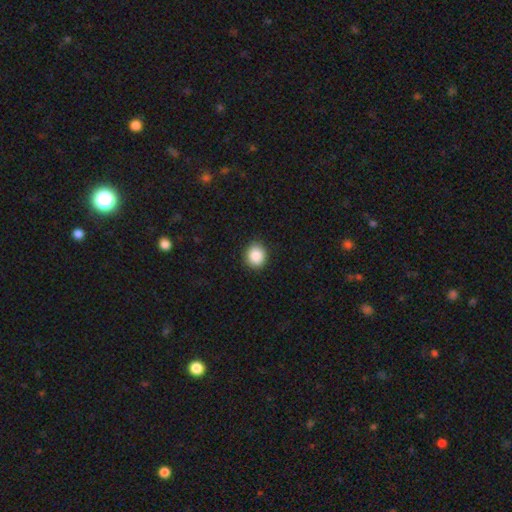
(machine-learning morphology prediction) Q: Smooth or featured?
A: smooth (89%); runner-up: star or artifact (8%)
Q: How rounded?
A: round (79%); runner-up: in between (20%)
Q: Merging?
A: none (90%); runner-up: minor disturbance (7%)